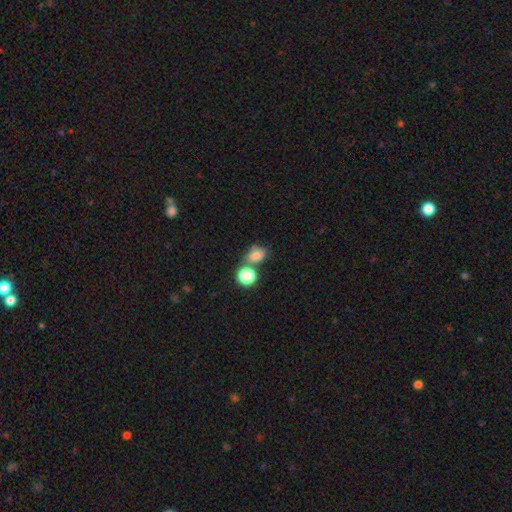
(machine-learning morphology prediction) Smooth or featured?
  - smooth: 78% *
  - star or artifact: 14%
  - featured or disk: 8%
How rounded?
  - in between: 65% *
  - round: 33%
  - cigar-shaped: 2%
Merging?
  - none: 52% *
  - merger: 28%
  - minor disturbance: 14%
  - major disturbance: 6%